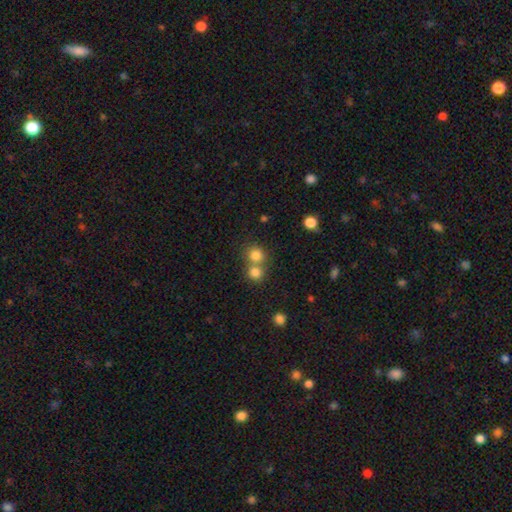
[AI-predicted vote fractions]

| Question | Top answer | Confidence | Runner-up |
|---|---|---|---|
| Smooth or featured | smooth | 79% | star or artifact (13%) |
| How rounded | round | 87% | in between (12%) |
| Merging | none | 49% | merger (43%) |